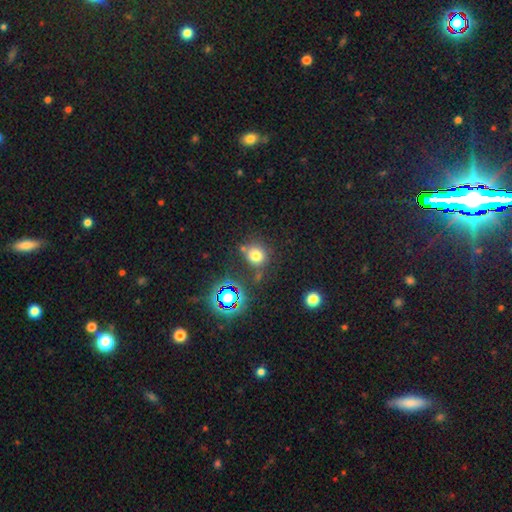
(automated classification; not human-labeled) Morphology: type=smooth (72%); roundness=round (84%); merging=none (72%).